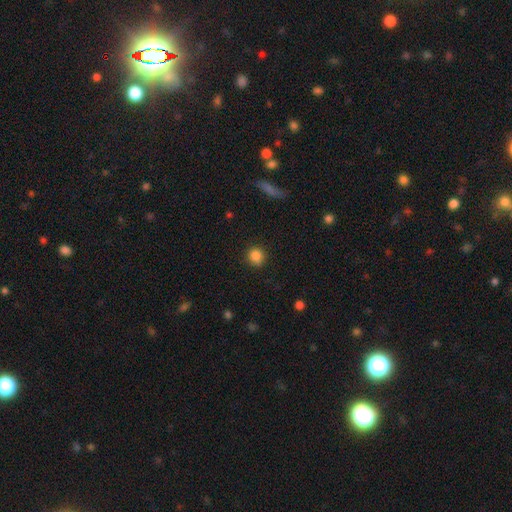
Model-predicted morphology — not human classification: Overall: smooth (85%). How rounded: round (88%). Merging: none (88%).